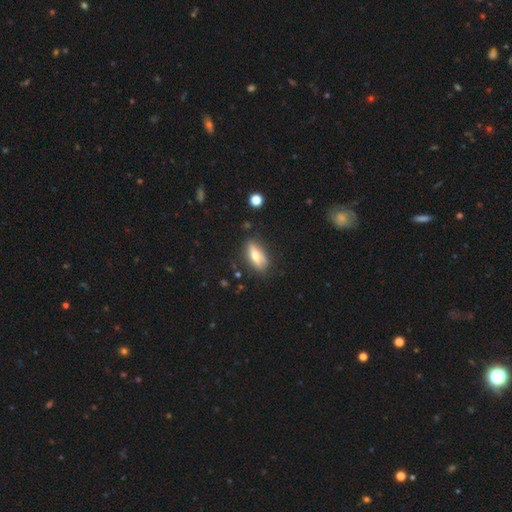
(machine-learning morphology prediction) type=smooth (48%); merging=none (79%).